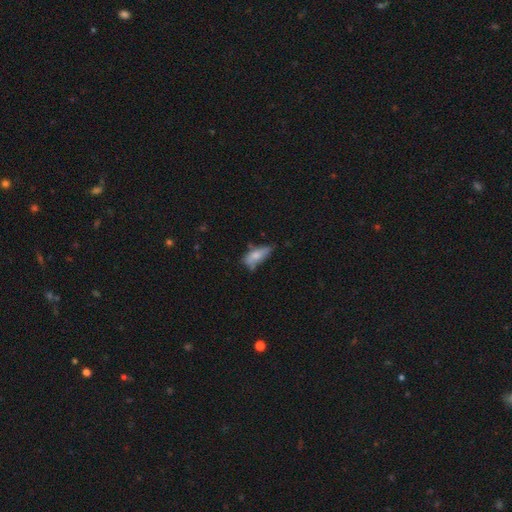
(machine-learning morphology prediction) Overall: smooth (65%; featured or disk 27%). How rounded: in between (73%). Merging: none (38%; minor disturbance 36%).